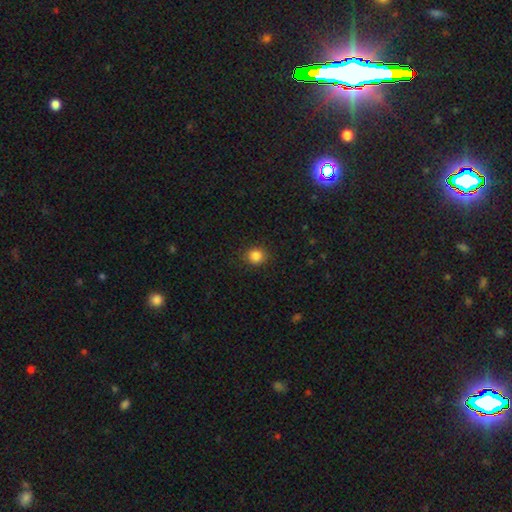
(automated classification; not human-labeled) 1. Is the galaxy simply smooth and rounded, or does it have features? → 85% smooth, 11% star or artifact, 4% featured or disk.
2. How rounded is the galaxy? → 86% round, 13% in between, 1% cigar-shaped.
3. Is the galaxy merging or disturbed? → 90% none, 7% minor disturbance, 2% major disturbance, 1% merger.